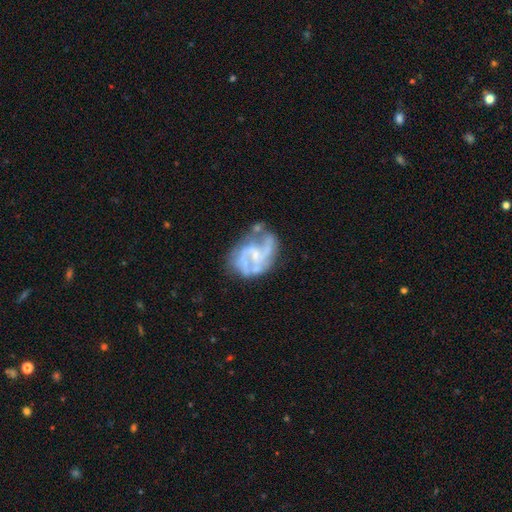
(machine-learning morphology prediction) smooth-or-featured: featured or disk: 86% | smooth: 8% | star or artifact: 6%
  disk-edge-on: no: 98% | yes: 2%
    bar: no: 47% | weak: 42% | strong: 11%
    has-spiral-arms: yes: 93% | no: 7%
      spiral-winding: medium: 52% | loose: 29% | tight: 19%
      spiral-arm-count: 2: 59% | 3: 18% | can't tell: 12% | 4: 4% | 1: 4% | more than 4: 3%
    bulge-size: small: 67% | moderate: 21% | none: 10% | large: 1% | dominant: 1%
  merging: none: 54% | minor disturbance: 23% | major disturbance: 17% | merger: 7%